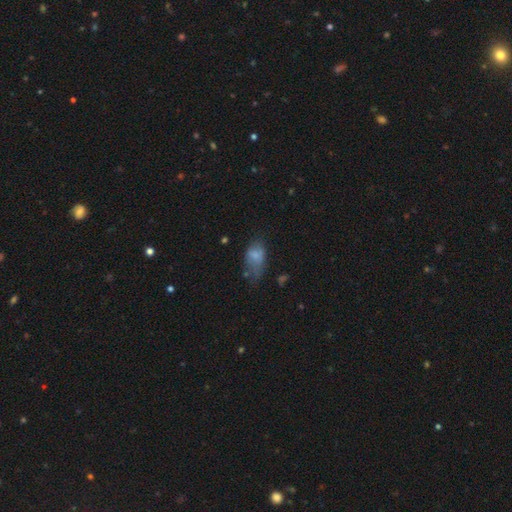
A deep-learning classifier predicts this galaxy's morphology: smooth-or-featured: smooth: 69% | featured or disk: 21% | star or artifact: 11%
  how-rounded: in between: 88% | round: 9% | cigar-shaped: 3%
  merging: none: 33% | minor disturbance: 32% | major disturbance: 28% | merger: 6%